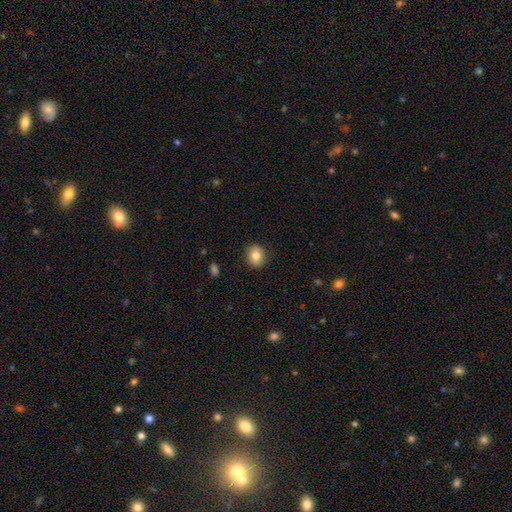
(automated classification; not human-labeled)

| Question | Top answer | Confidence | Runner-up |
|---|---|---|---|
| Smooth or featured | smooth | 82% | featured or disk (9%) |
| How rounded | round | 72% | in between (27%) |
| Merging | none | 88% | minor disturbance (9%) |